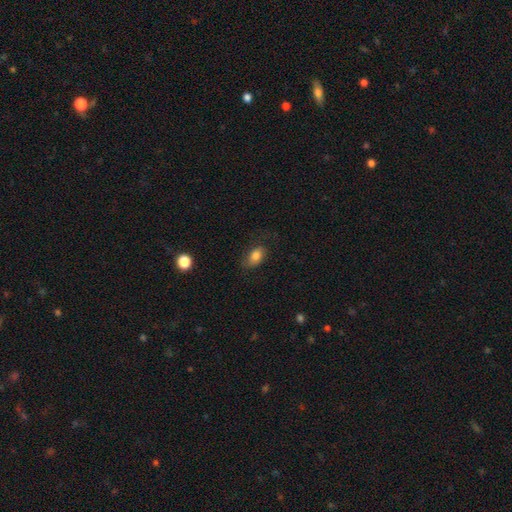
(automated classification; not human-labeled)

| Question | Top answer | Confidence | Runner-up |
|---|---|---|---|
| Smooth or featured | smooth | 82% | featured or disk (9%) |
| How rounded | in between | 85% | round (13%) |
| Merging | none | 70% | minor disturbance (21%) |